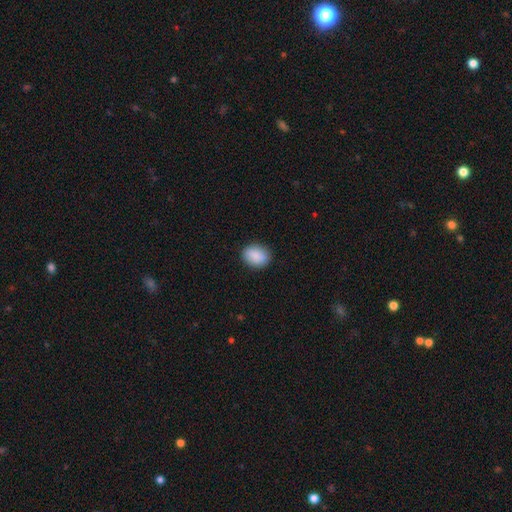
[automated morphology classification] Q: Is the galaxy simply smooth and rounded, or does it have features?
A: smooth — 89%.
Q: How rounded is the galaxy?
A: in between — 63%.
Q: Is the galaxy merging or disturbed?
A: none — 89%.